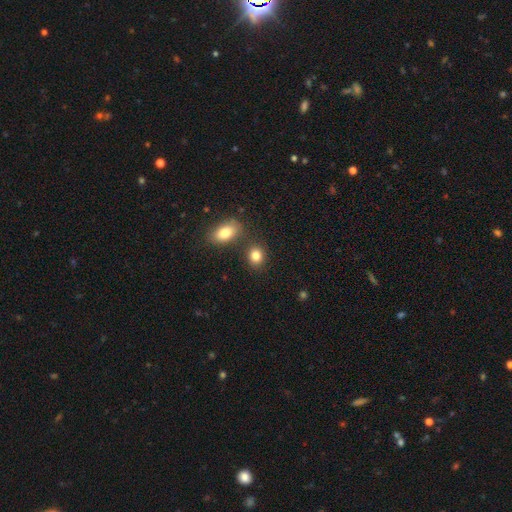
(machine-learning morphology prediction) smooth_or_featured: smooth (p=0.84) [alt: star or artifact p=0.10]
how_rounded: round (p=0.53) [alt: in between p=0.45]
merging: none (p=0.75) [alt: merger p=0.12]